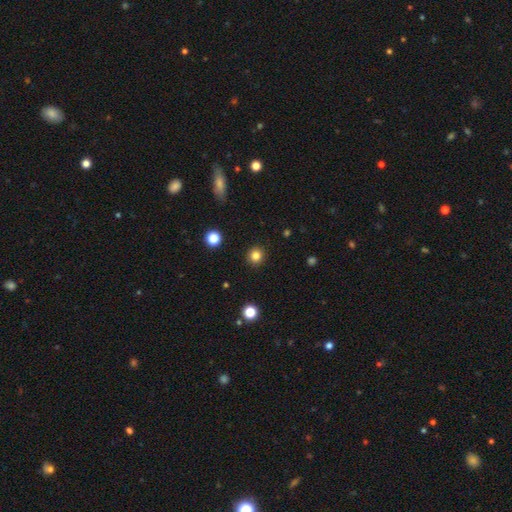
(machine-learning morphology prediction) Q: Smooth or featured?
A: smooth (83%); runner-up: star or artifact (12%)
Q: How rounded?
A: round (94%); runner-up: in between (6%)
Q: Merging?
A: none (92%); runner-up: minor disturbance (5%)